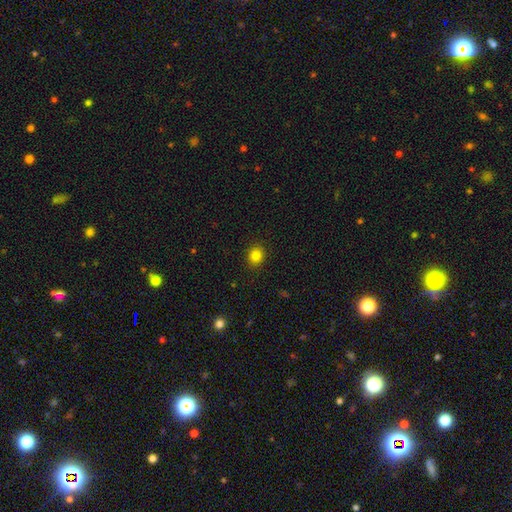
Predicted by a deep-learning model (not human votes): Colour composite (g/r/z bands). It shows a smooth galaxy with no disk features (83%) that is round (68%). Merging: none (90%).